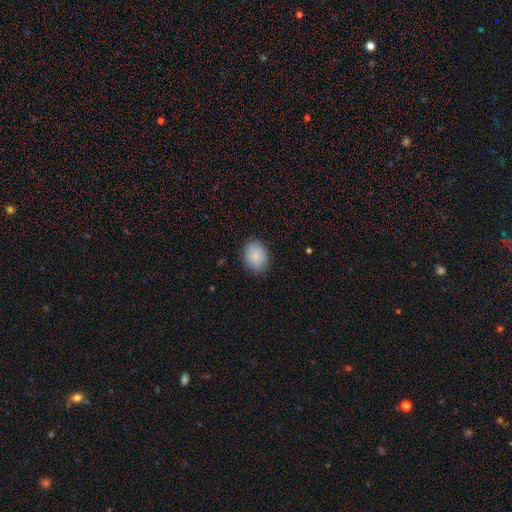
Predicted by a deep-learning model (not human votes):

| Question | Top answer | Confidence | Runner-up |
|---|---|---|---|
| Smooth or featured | smooth | 86% | star or artifact (7%) |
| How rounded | round | 51% | in between (48%) |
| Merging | none | 85% | minor disturbance (11%) |